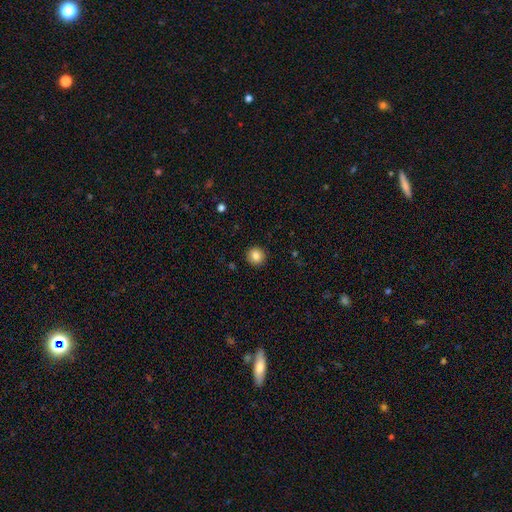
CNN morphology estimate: A smooth galaxy with no disk features (86%) that is round (90%).

Vote fractions:
- Smooth or featured? smooth: 86% / star or artifact: 9% / featured or disk: 5%
- How rounded? round: 90% / in between: 9% / cigar-shaped: 1%
- Merging? none: 90% / minor disturbance: 7% / major disturbance: 2% / merger: 1%